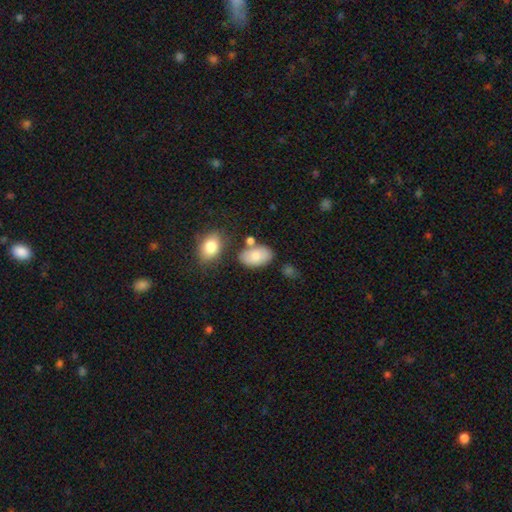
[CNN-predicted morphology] A smooth galaxy with no disk features (80%) that is in between round and cigar-shaped (92%). Merging: none (67%).